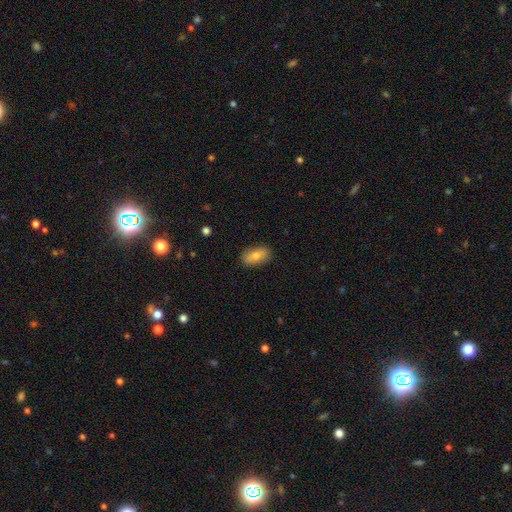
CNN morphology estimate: type=smooth (74%); roundness=in between (90%); merging=none (86%).